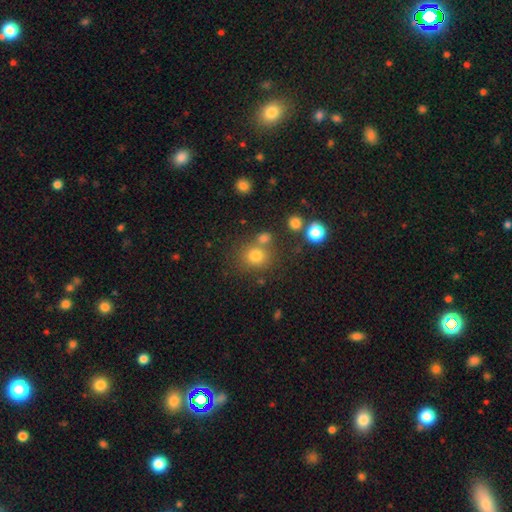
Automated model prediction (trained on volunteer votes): This appears to be a smooth galaxy with no disk features (77%) that is round (82%). Merging: none (68%).